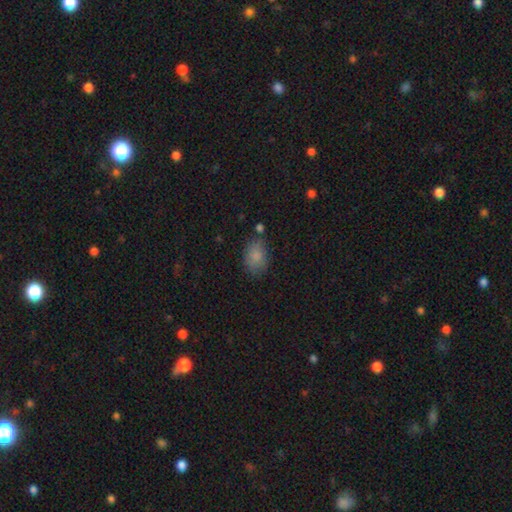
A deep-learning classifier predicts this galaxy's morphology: type=smooth (83%); roundness=in between (81%); merging=none (69%).